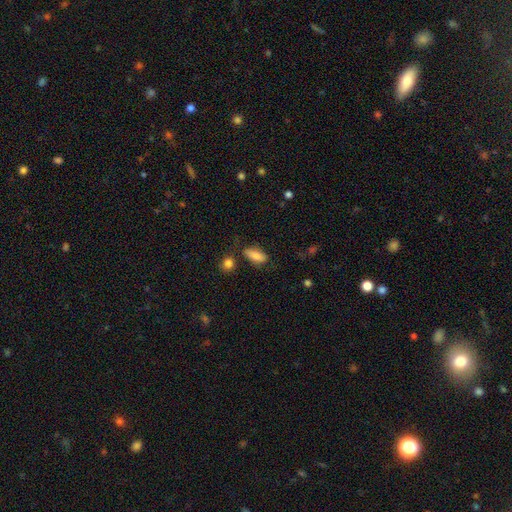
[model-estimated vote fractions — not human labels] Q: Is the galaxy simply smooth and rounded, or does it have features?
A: smooth — 83%.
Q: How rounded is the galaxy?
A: in between — 81%.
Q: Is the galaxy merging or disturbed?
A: none — 72%.